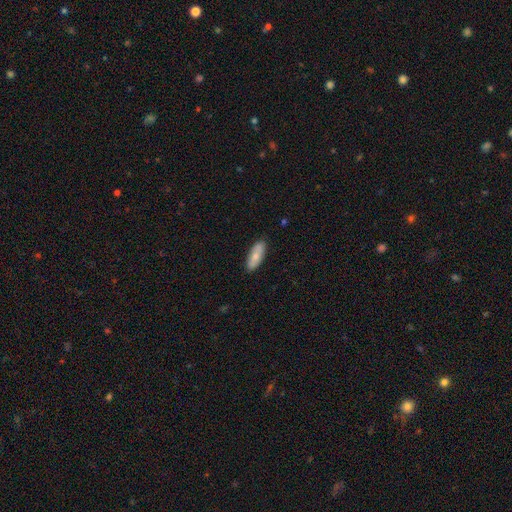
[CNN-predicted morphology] A smooth galaxy with no disk features (72%) that is in between round and cigar-shaped (70%).

Vote fractions:
- Smooth or featured? smooth: 72% / featured or disk: 23% / star or artifact: 6%
- How rounded? in between: 70% / cigar-shaped: 28% / round: 2%
- Merging? none: 86% / minor disturbance: 11% / major disturbance: 2% / merger: 1%